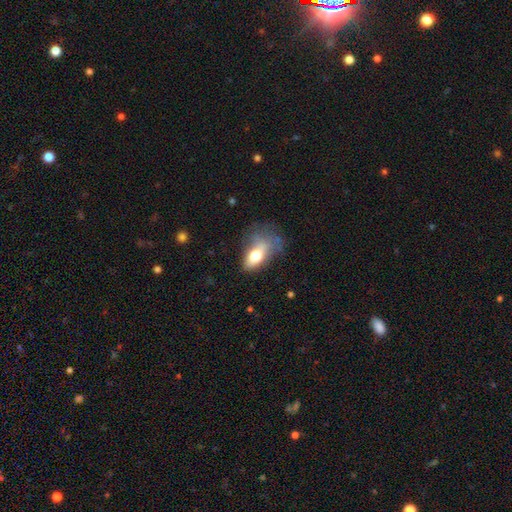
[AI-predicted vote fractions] Morphology: type=smooth (69%); roundness=in between (86%); merging=none (32%, tied with minor disturbance).